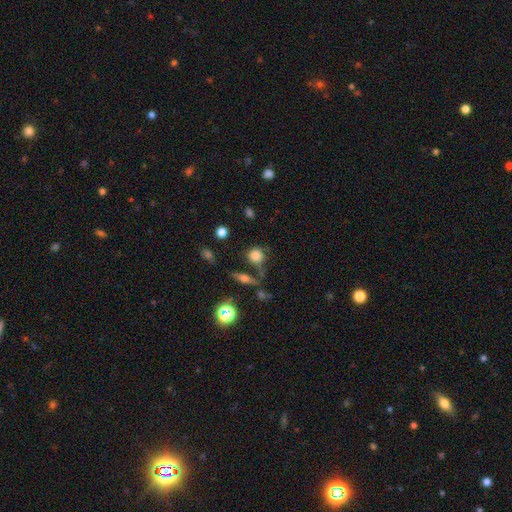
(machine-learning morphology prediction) Smooth or featured? smooth (76%)
How rounded? round (84%)
Merging? none (61%)